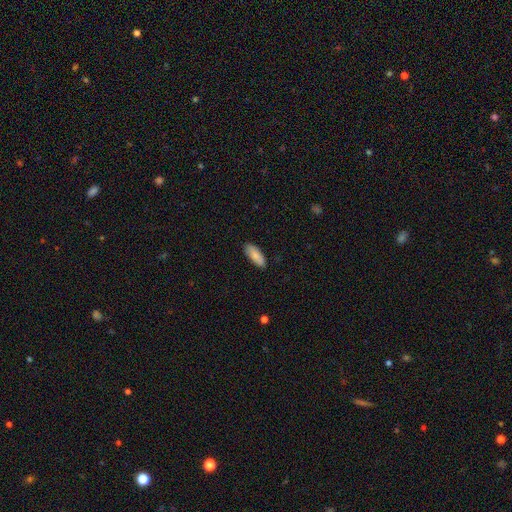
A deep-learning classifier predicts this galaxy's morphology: Smooth or featured? Predicted: smooth (p=0.86). How rounded? Predicted: in between (p=0.75). Merging? Predicted: none (p=0.86).